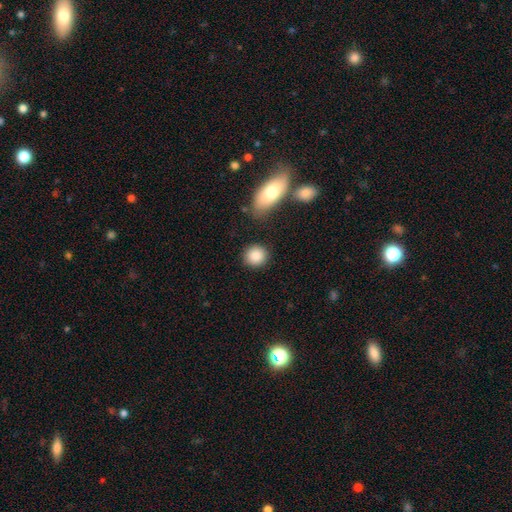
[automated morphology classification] The model was most divided on "how rounded": round: 85%, in between: 13%, cigar-shaped: 1%. More confident: smooth or featured — smooth (88%); merging — none (84%).